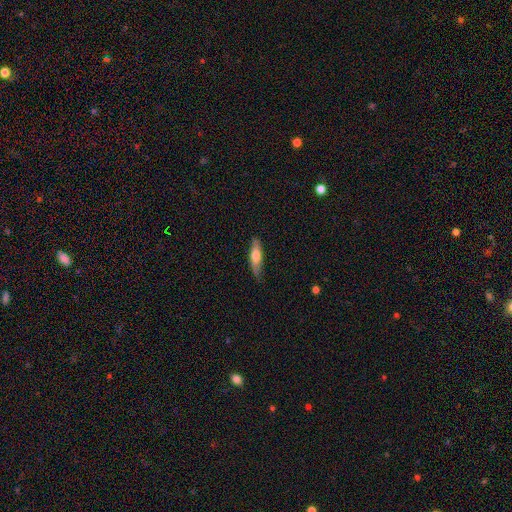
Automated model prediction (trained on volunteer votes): Smooth or featured: smooth — 59% (featured or disk — 36%)
How rounded: cigar-shaped — 67% (in between — 31%)
Merging: none — 80% (minor disturbance — 17%)